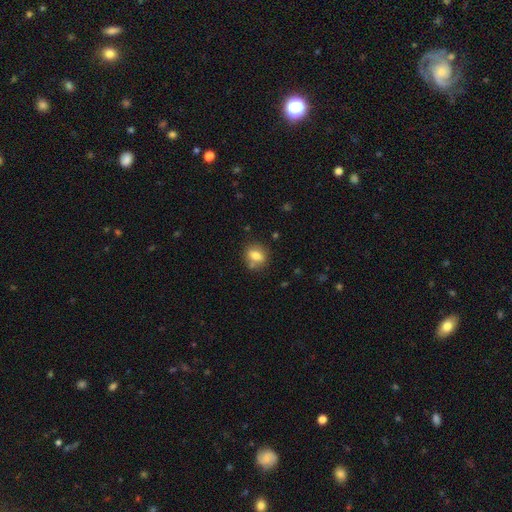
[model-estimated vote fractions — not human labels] Overall: smooth (73%). How rounded: round (60%; in between 38%). Merging: none (73%).